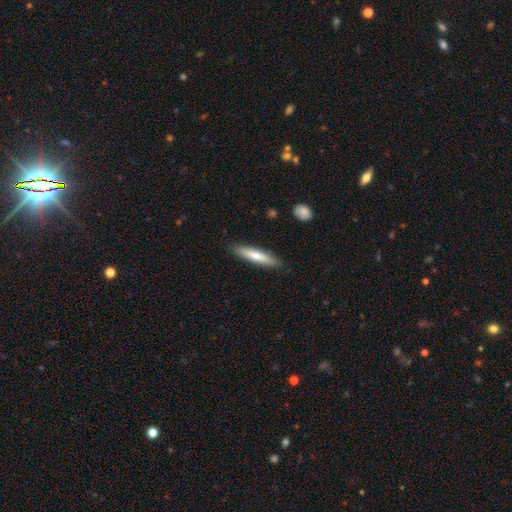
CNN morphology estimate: type=smooth (64%); roundness=cigar-shaped (85%); merging=none (89%).